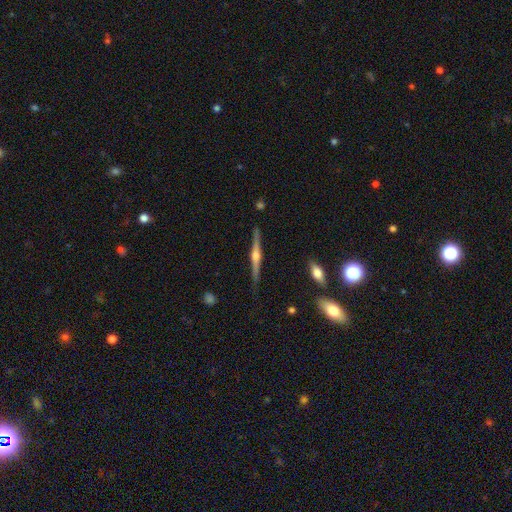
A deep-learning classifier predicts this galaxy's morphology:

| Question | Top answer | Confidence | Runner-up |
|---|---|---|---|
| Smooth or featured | featured or disk | 80% | smooth (15%) |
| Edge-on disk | yes | 98% | no (2%) |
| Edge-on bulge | rounded | 91% | boxy (5%) |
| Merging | none | 87% | minor disturbance (10%) |